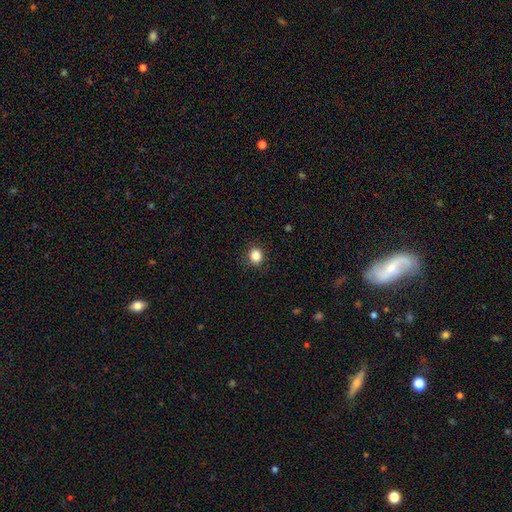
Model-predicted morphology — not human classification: Smooth or featured?
  - smooth: 85% *
  - star or artifact: 11%
  - featured or disk: 4%
How rounded?
  - round: 74% *
  - in between: 25%
  - cigar-shaped: 1%
Merging?
  - none: 88% *
  - minor disturbance: 9%
  - major disturbance: 3%
  - merger: 1%